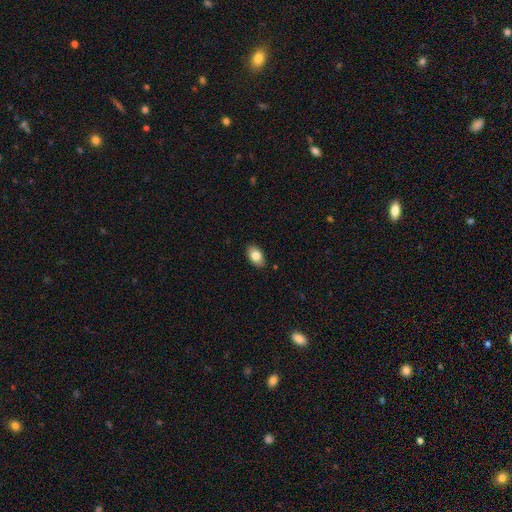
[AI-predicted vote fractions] Q: Smooth or featured?
A: smooth (81%); runner-up: featured or disk (12%)
Q: How rounded?
A: in between (91%); runner-up: round (7%)
Q: Merging?
A: none (88%); runner-up: minor disturbance (9%)